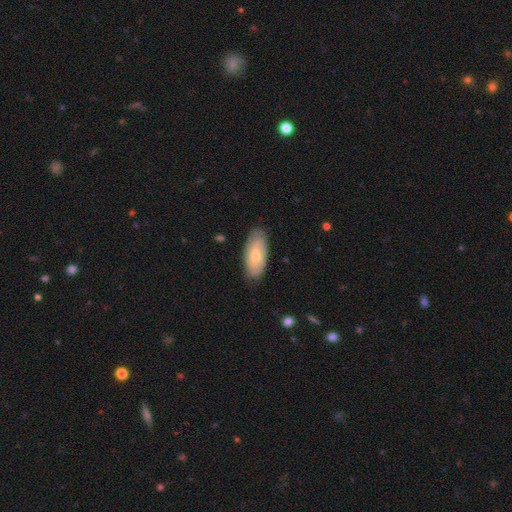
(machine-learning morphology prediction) A smooth galaxy with no disk features (61%) that is in between round and cigar-shaped (90%).

Vote fractions:
- Smooth or featured? smooth: 61% / featured or disk: 33% / star or artifact: 6%
- How rounded? in between: 90% / cigar-shaped: 8% / round: 2%
- Merging? none: 81% / minor disturbance: 15% / major disturbance: 3% / merger: 1%